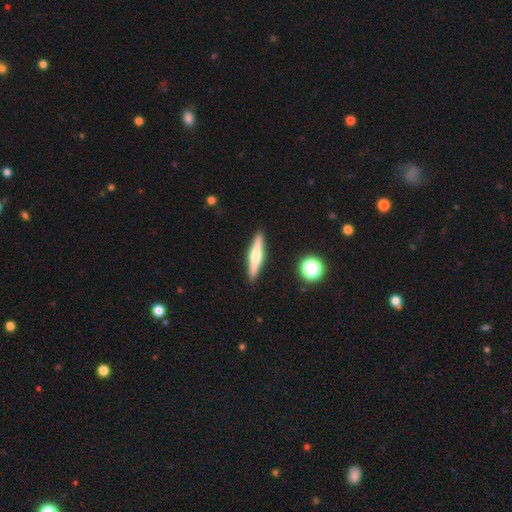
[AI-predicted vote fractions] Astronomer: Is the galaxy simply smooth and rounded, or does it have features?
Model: featured or disk — 54% (runner-up: smooth, 39%).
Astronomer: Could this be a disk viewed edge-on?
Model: yes — 96%.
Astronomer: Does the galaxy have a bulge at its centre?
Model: rounded — 83%.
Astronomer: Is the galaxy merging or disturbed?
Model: none — 91%.